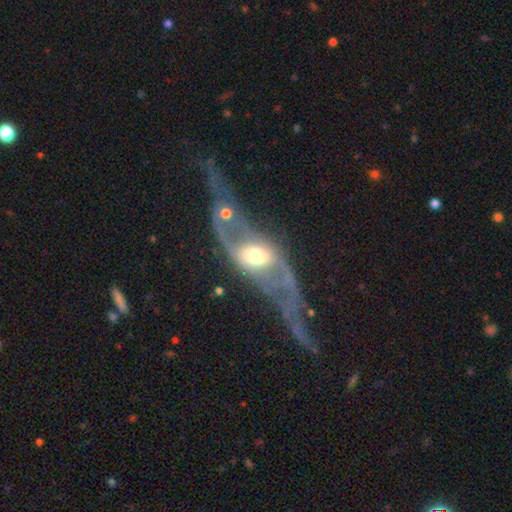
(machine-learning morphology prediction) Smooth or featured? Predicted: featured or disk (p=0.76). Edge-on disk? Predicted: no (p=0.82). Bar? Predicted: no (p=0.48). Spiral arms? Predicted: yes (p=0.64). Bulge size? Predicted: moderate (p=0.64). Merging? Predicted: none (p=0.32).